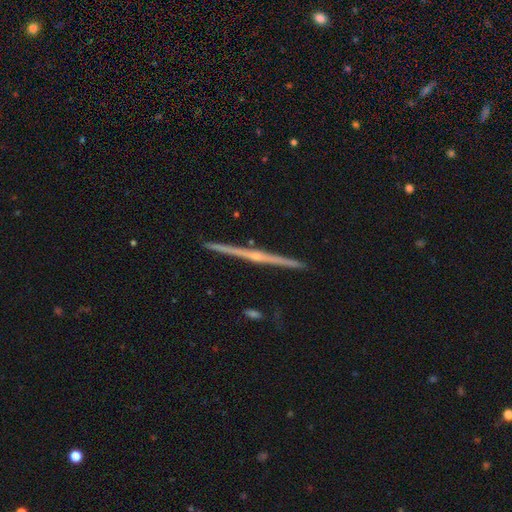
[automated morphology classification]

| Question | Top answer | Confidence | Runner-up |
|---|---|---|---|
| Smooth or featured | featured or disk | 85% | smooth (10%) |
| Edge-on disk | yes | 99% | no (1%) |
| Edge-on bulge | rounded | 69% | none (25%) |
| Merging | none | 93% | minor disturbance (5%) |